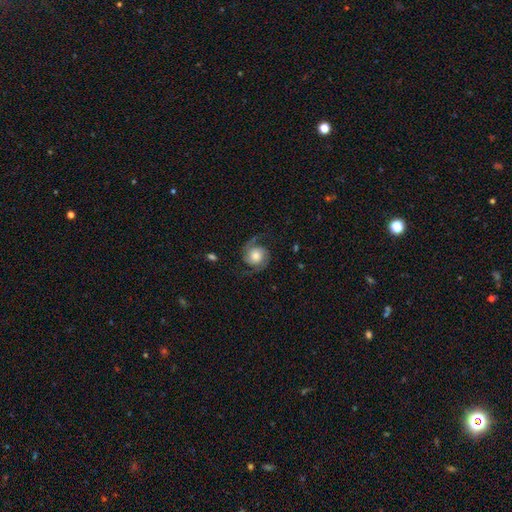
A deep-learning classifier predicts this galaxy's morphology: featured or disk 80%, smooth 13%, star or artifact 7%. Down the decision tree: edge-on disk — no (98%); bar — no (75%); spiral arms — yes (97%); spiral arm count — 2 (92%); spiral winding — medium (46%); bulge size — moderate (43%); merging — none (75%).